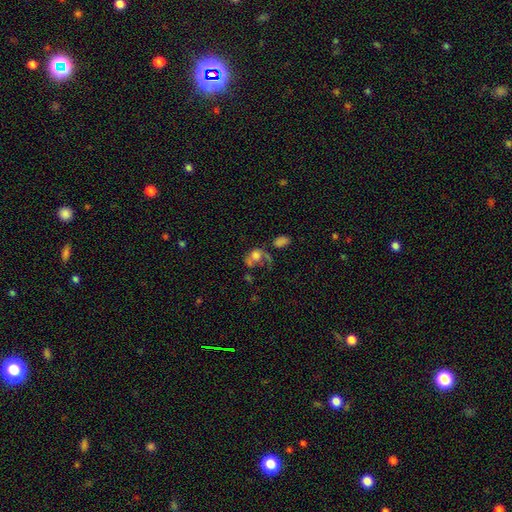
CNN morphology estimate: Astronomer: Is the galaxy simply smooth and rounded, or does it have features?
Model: smooth — 56%.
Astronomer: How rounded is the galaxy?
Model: in between — 52% (runner-up: round, 46%).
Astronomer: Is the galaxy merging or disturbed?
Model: major disturbance — 32% (runner-up: merger, 30%).